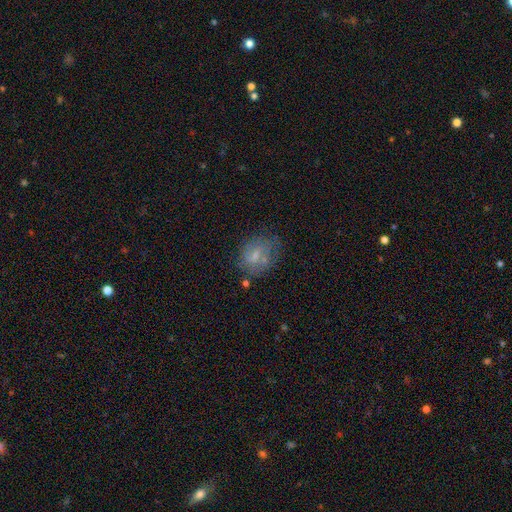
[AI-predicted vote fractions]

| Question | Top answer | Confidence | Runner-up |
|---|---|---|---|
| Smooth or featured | smooth | 53% | featured or disk (36%) |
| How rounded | in between | 56% | round (42%) |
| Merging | none | 53% | minor disturbance (24%) |